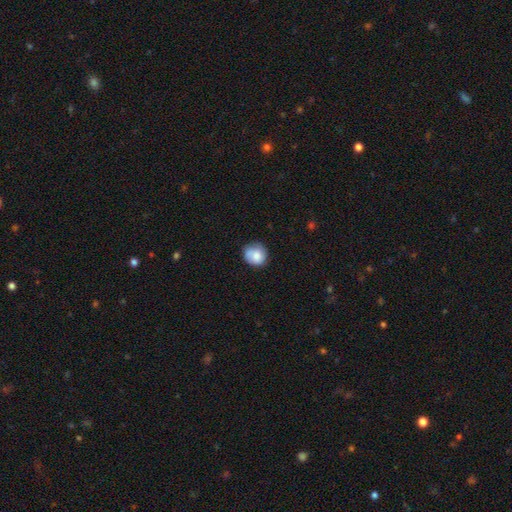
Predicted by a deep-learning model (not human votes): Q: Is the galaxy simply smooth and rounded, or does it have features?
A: smooth — 78%.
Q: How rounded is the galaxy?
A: round — 83%.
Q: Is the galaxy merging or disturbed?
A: none — 68%.